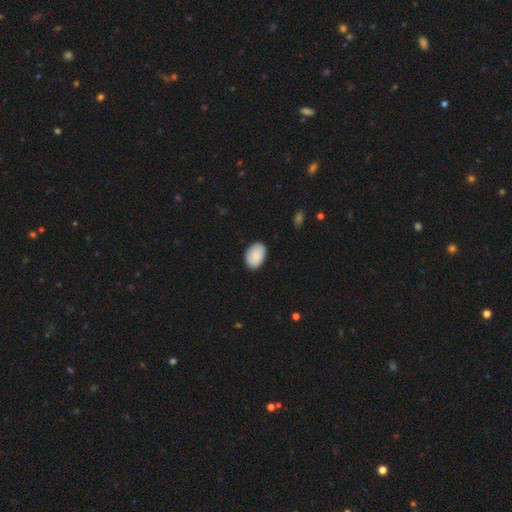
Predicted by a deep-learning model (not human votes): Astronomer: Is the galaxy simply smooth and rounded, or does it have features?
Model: smooth — 85%.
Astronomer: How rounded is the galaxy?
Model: in between — 83%.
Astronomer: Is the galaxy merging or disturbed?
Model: none — 85%.